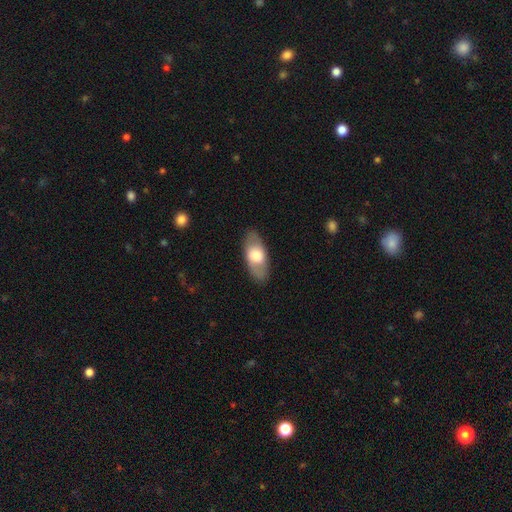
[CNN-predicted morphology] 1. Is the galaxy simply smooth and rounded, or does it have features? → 60% smooth, 34% featured or disk, 6% star or artifact.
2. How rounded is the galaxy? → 88% in between, 8% cigar-shaped, 4% round.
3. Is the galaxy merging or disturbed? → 85% none, 10% minor disturbance, 3% major disturbance, 1% merger.